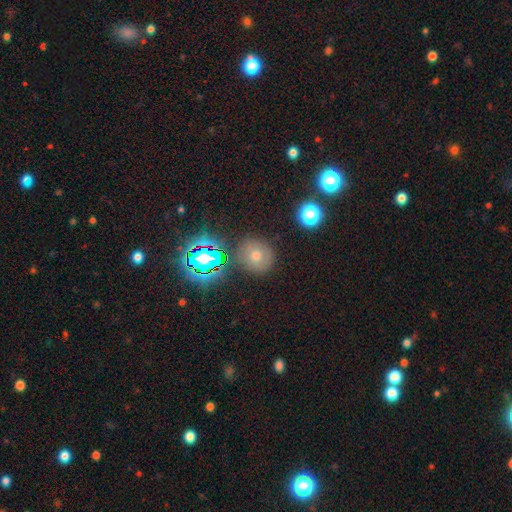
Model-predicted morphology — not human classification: Smooth or featured? smooth (47%)
Merging? none (83%)